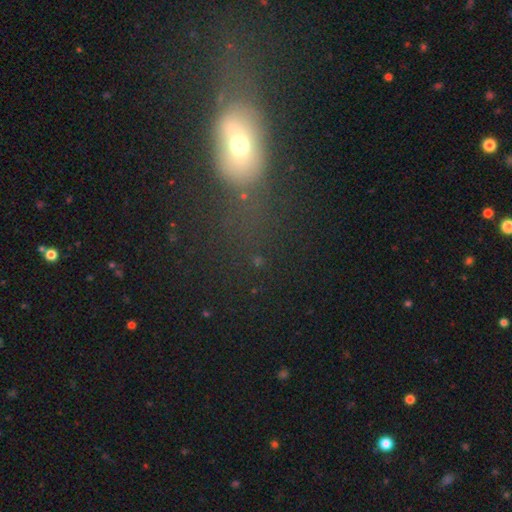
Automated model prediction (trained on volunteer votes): This appears to be a smooth galaxy with no disk features (50%) that is in between round and cigar-shaped (60%). Merging: none (42%).